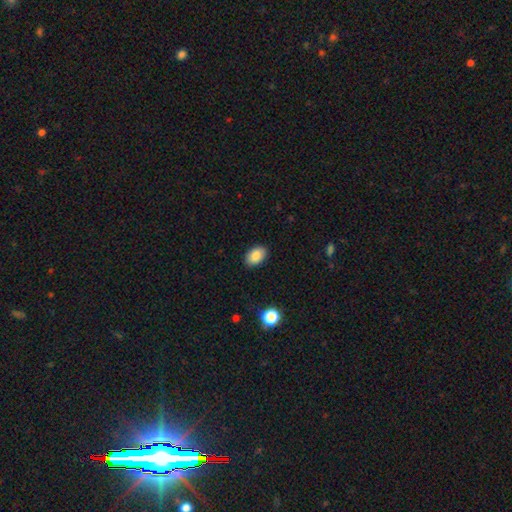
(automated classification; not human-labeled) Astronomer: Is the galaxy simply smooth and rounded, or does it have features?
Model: smooth — 86%.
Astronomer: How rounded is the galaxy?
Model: in between — 88%.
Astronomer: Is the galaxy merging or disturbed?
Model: none — 88%.